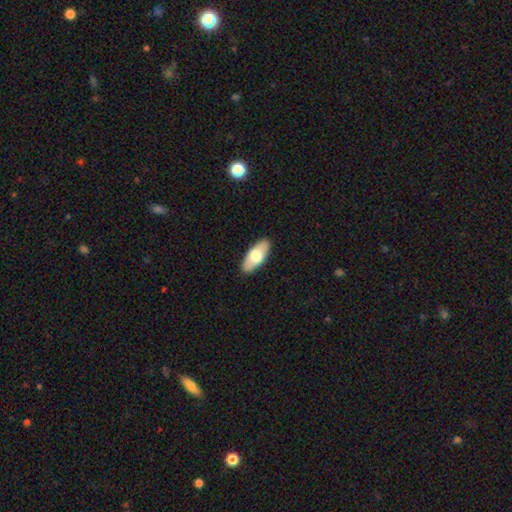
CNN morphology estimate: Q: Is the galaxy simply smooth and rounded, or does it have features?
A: smooth — 68%.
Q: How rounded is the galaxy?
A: in between — 84%.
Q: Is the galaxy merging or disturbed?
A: none — 89%.